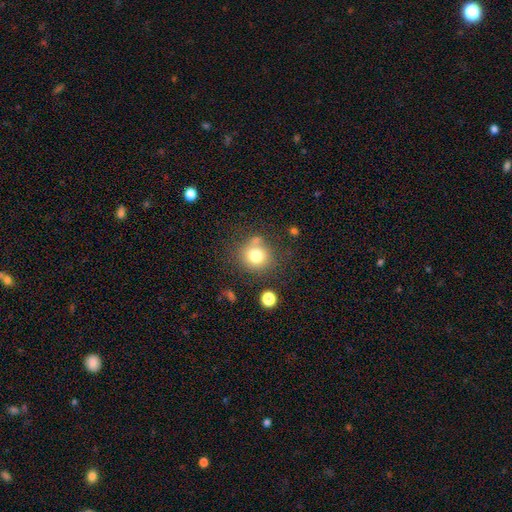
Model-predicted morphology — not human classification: Smooth or featured? Predicted: smooth (p=0.76). How rounded? Predicted: round (p=0.87). Merging? Predicted: none (p=0.66).